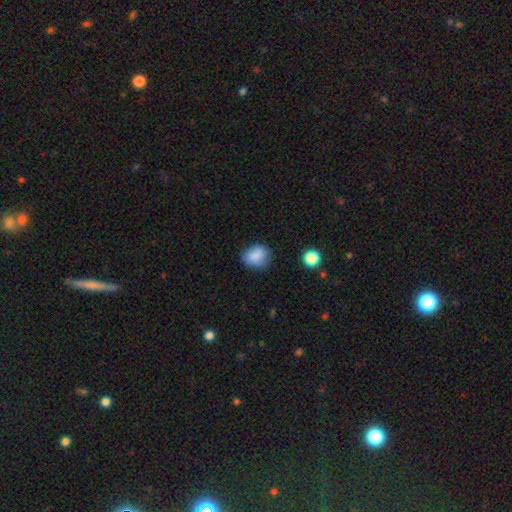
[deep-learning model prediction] A smooth galaxy with no disk features (86%) that is round (52%).

Vote fractions:
- Smooth or featured? smooth: 86% / star or artifact: 9% / featured or disk: 5%
- How rounded? round: 52% / in between: 47% / cigar-shaped: 1%
- Merging? none: 75% / minor disturbance: 19% / major disturbance: 4% / merger: 2%